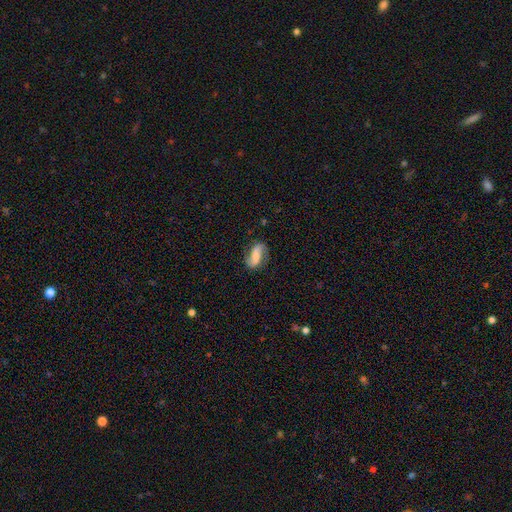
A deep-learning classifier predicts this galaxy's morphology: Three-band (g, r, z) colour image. It shows a featured or disk galaxy (64%) with a weak bar (35%, tied with no), 2 (89%) loose (54%) spiral arms (92%) and a small central bulge (36%). Merging: none (76%).